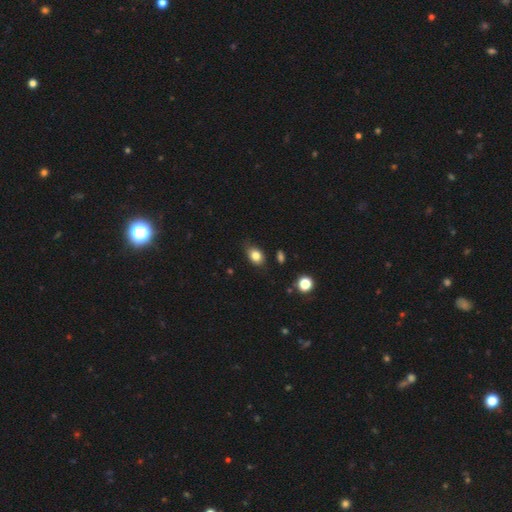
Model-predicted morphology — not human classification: Smooth or featured?
  - smooth: 82% *
  - star or artifact: 9%
  - featured or disk: 9%
How rounded?
  - in between: 77% *
  - round: 22%
  - cigar-shaped: 2%
Merging?
  - none: 75% *
  - minor disturbance: 19%
  - major disturbance: 4%
  - merger: 2%